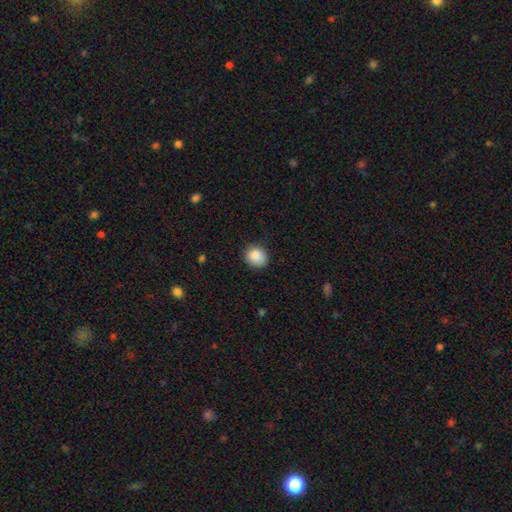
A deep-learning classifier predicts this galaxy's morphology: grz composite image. It shows a smooth galaxy with no disk features (88%) that is round (72%). Merging: none (81%).